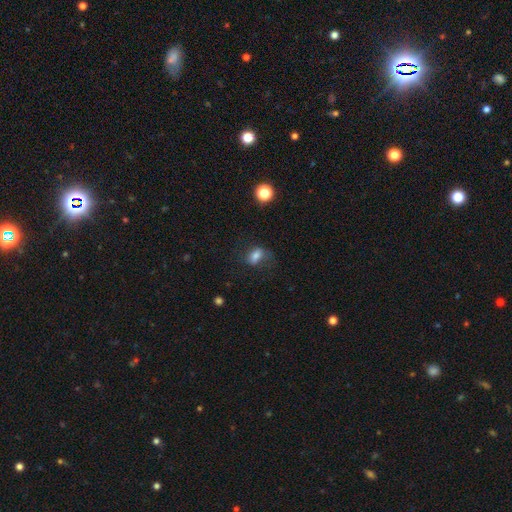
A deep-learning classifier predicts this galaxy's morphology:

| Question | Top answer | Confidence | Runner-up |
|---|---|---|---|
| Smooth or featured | smooth | 69% | featured or disk (18%) |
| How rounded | in between | 78% | round (18%) |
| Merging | none | 56% | minor disturbance (24%) |